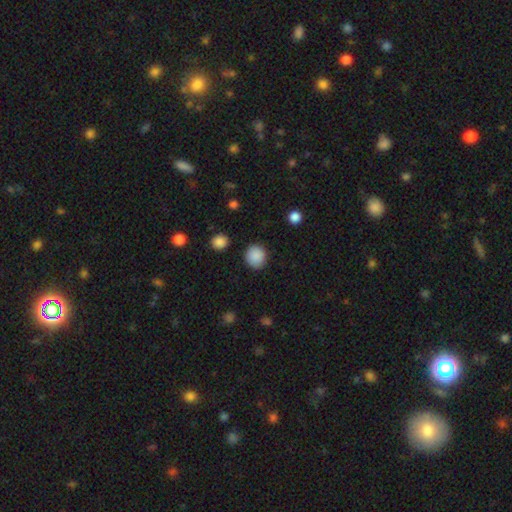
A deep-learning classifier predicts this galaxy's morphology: This appears to be a smooth galaxy with no disk features (88%) that is round (88%). Merging: none (89%).